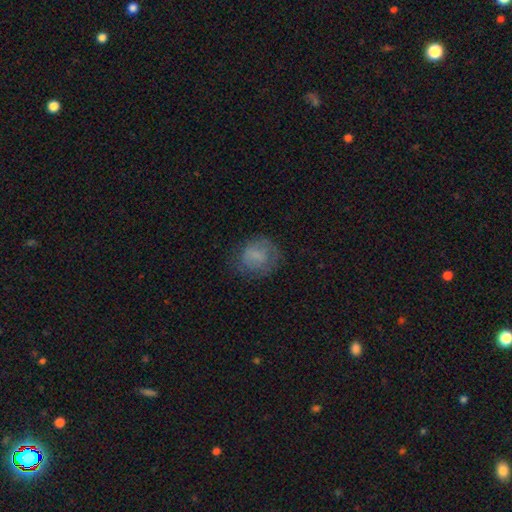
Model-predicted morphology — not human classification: Smooth or featured? smooth (67%)
How rounded? round (69%)
Merging? none (64%)